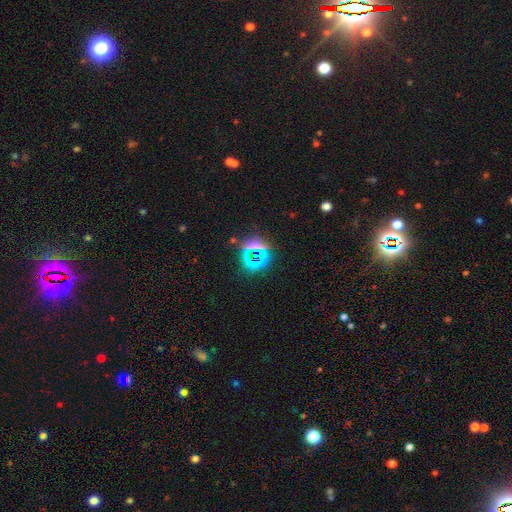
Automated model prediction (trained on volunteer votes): A star or artifact, not a galaxy (70%).

Vote fractions:
- Smooth or featured? star or artifact: 70% / smooth: 20% / featured or disk: 10%